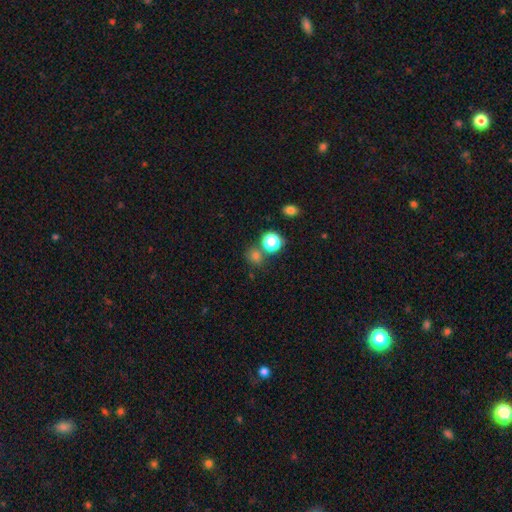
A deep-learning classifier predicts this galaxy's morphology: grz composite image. It shows a smooth galaxy with no disk features (70%) that is round (77%). Merging: none (66%).